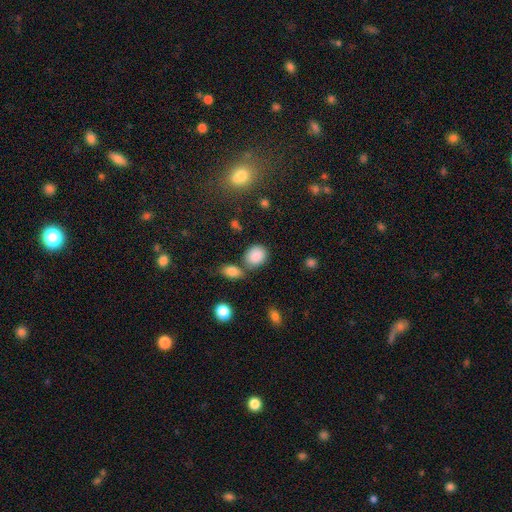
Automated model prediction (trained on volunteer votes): The model was most divided on "how rounded": round: 52%, in between: 46%, cigar-shaped: 1%. More confident: smooth or featured — smooth (87%); merging — none (68%).